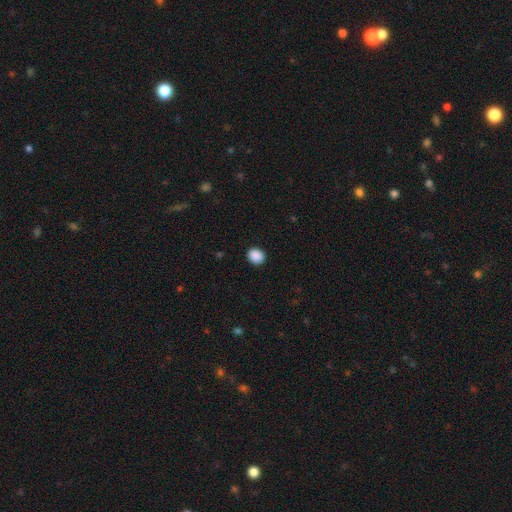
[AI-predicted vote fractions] Smooth or featured: smooth — 90% (star or artifact — 8%)
How rounded: round — 67% (in between — 32%)
Merging: none — 91% (minor disturbance — 6%)